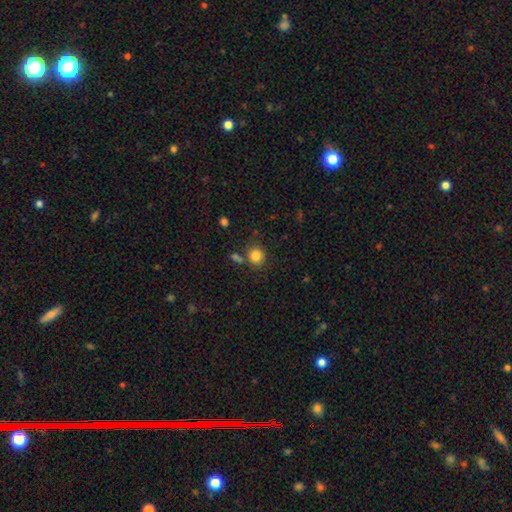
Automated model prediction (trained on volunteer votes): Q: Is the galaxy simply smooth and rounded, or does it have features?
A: smooth — 84%.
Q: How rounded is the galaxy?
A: round — 79%.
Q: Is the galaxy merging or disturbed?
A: none — 73%.